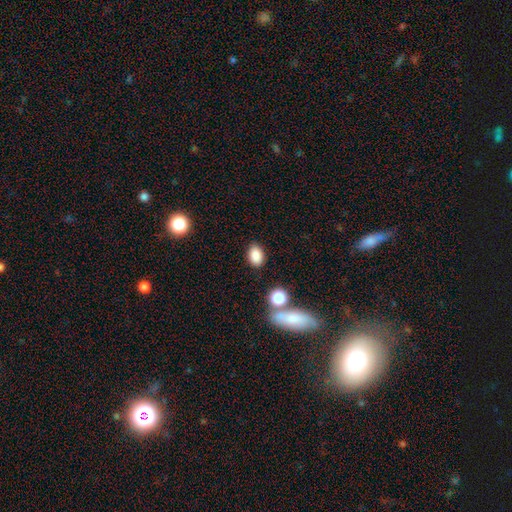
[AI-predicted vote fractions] A smooth galaxy with no disk features (86%) that is in between round and cigar-shaped (83%). Merging: none (82%).